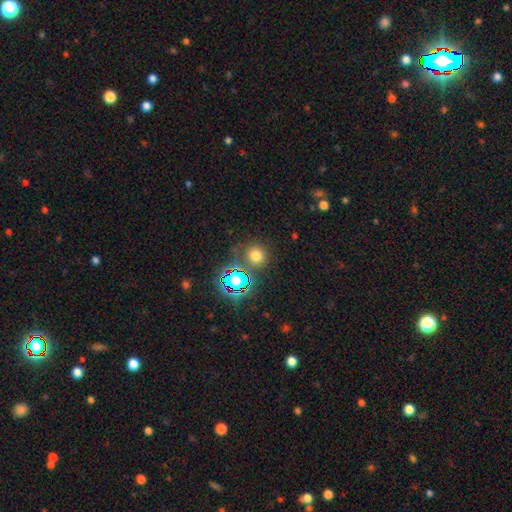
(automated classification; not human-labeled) Overall: smooth (66%; star or artifact 27%). How rounded: round (89%). Merging: none (80%).